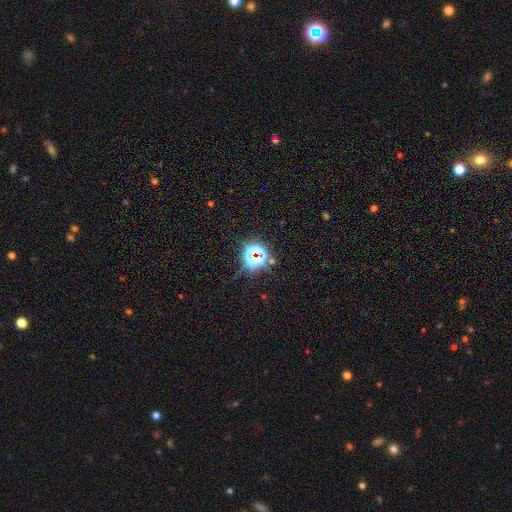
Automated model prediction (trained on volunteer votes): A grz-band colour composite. It shows a star or artifact, not a galaxy (72%).